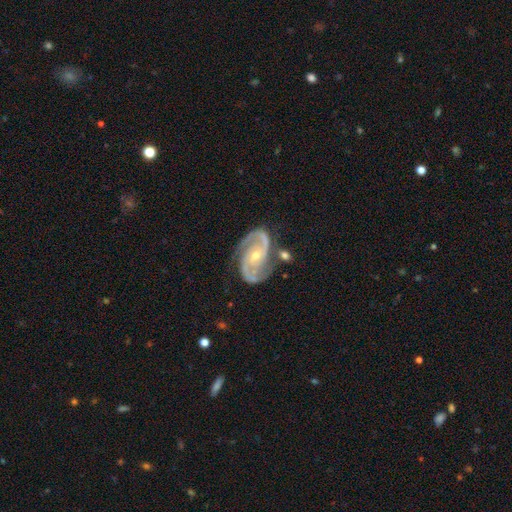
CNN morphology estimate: This is clearly a featured or disk galaxy (92%). It is clearly not viewed edge-on (98%). Bar: possibly no (55%). Spiral arm pattern: clearly yes (98%). Spiral arm count: clearly 2 (89%). Spiral winding: possibly medium (56%). Central bulge: possibly small (55%). Merging: likely none (72%).